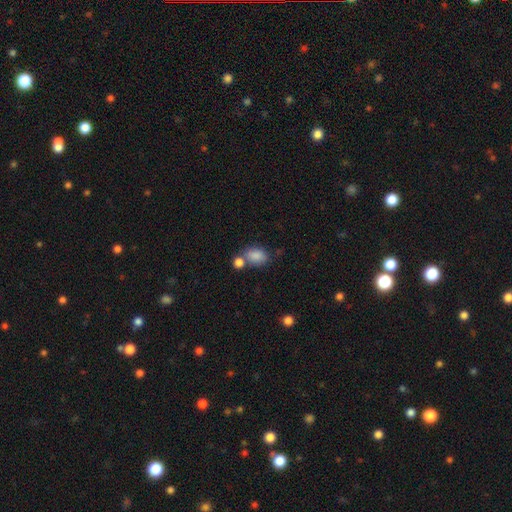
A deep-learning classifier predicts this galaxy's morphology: Q: Smooth or featured?
A: smooth (84%); runner-up: star or artifact (9%)
Q: How rounded?
A: in between (73%); runner-up: round (26%)
Q: Merging?
A: none (49%); runner-up: merger (31%)